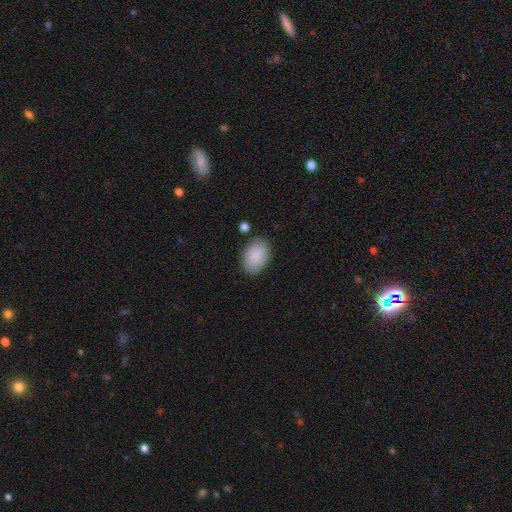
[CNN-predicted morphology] This appears to be a smooth galaxy with no disk features (89%) that is in between round and cigar-shaped (90%). Merging: none (84%).